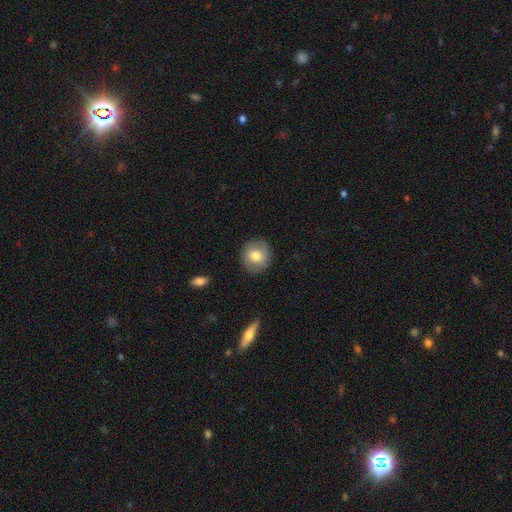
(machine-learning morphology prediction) This is likely a smooth galaxy (73%). How rounded: clearly round (86%). Merging: clearly none (87%).